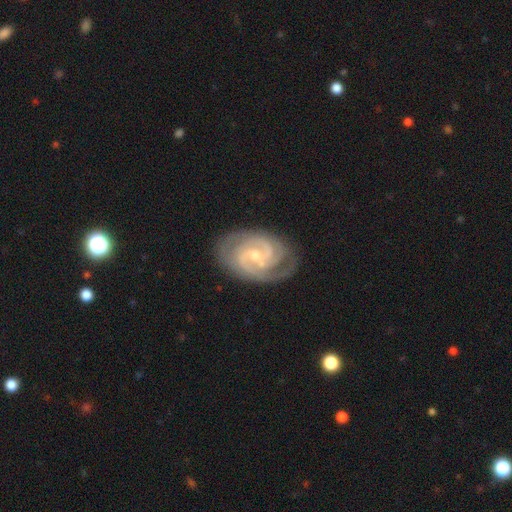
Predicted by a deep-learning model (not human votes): A featured or disk galaxy (92%) with a weak bar (49%), 2 (46%) tight (64%) spiral arms (99%) and a small central bulge (66%). Merging: none (81%).